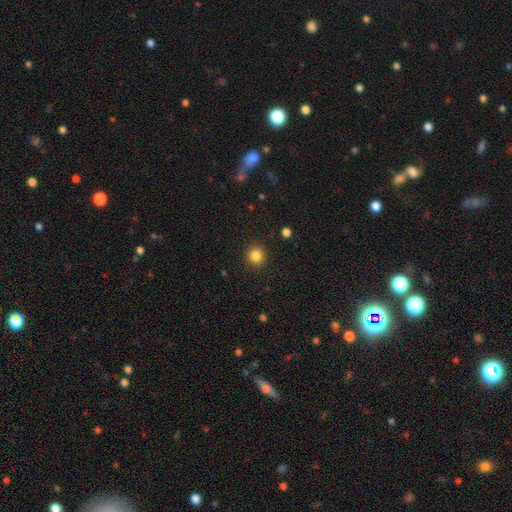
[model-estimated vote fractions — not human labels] This appears to be a smooth galaxy with no disk features (84%) that is round (93%). Merging: none (92%).